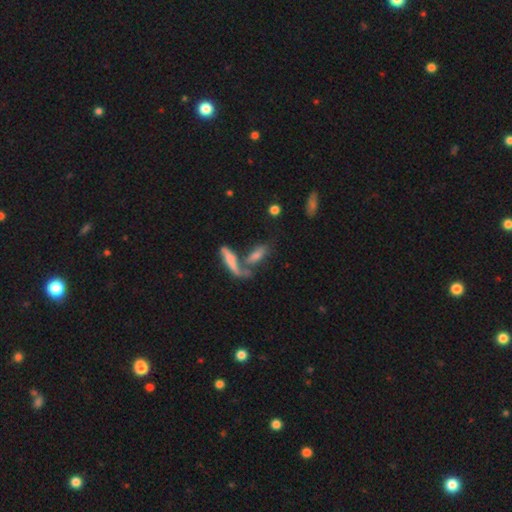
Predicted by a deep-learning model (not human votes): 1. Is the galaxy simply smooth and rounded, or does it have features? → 60% smooth, 29% featured or disk, 11% star or artifact.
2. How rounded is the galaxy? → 48% in between (tied), 48% cigar-shaped (tied), 3% round.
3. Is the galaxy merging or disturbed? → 49% merger, 34% none, 9% minor disturbance, 7% major disturbance.